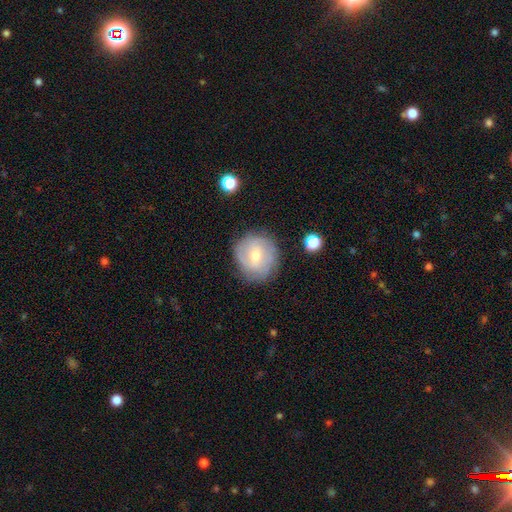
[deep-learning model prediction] Morphology: type=featured or disk (55%); edge-on=no (97%); bar=no (47%); spiral arms=yes (80%); bulge=moderate (51%); merging=none (76%).